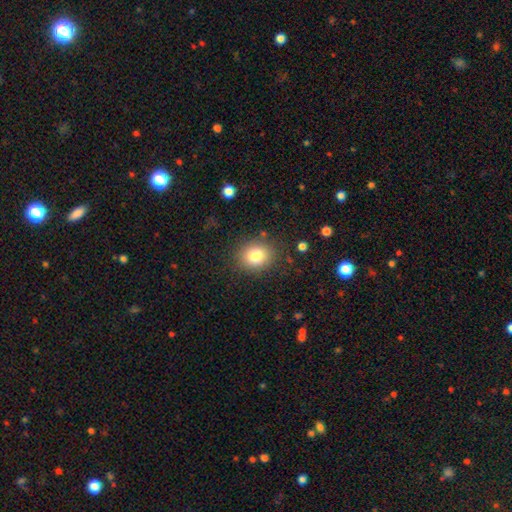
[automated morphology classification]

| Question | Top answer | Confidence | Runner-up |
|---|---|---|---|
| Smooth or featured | smooth | 81% | star or artifact (11%) |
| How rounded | round | 67% | in between (32%) |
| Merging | none | 84% | minor disturbance (10%) |